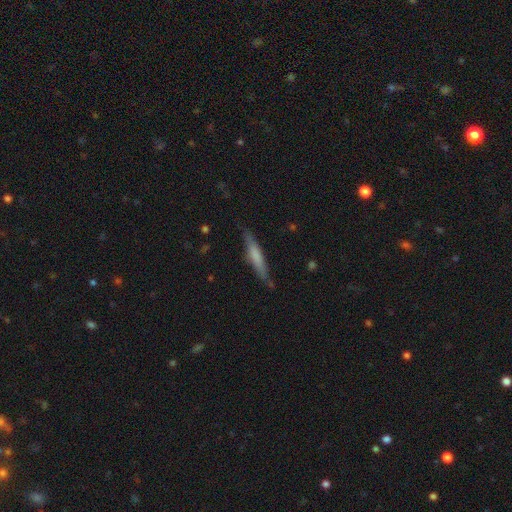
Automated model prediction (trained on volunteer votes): smooth-or-featured: smooth: 62% | featured or disk: 32% | star or artifact: 6%
  how-rounded: cigar-shaped: 90% | in between: 8% | round: 1%
  merging: none: 81% | minor disturbance: 14% | major disturbance: 3% | merger: 2%